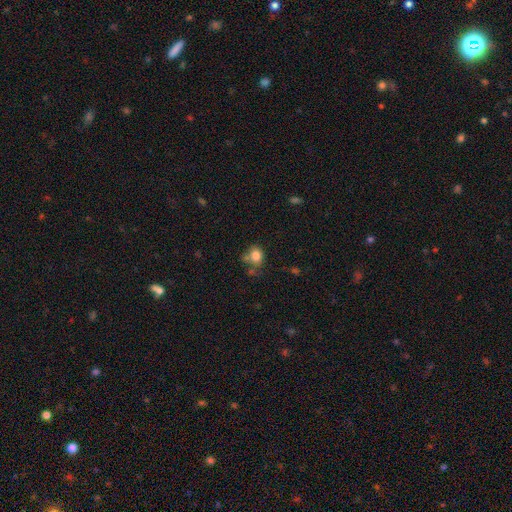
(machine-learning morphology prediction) Smooth or featured? smooth (80%)
How rounded? round (64%)
Merging? none (56%)